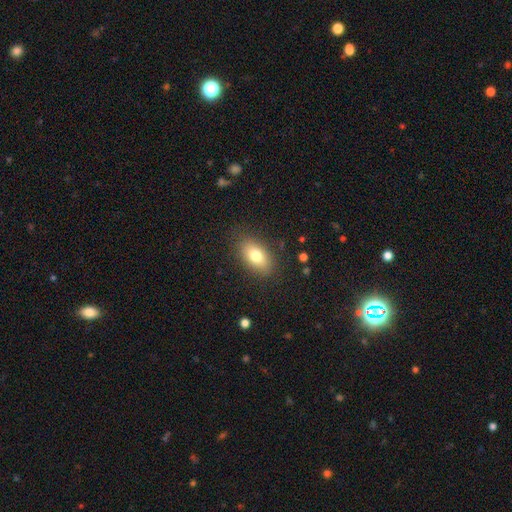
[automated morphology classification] This appears to be a smooth galaxy with no disk features (77%) that is in between round and cigar-shaped (89%). Merging: none (84%).